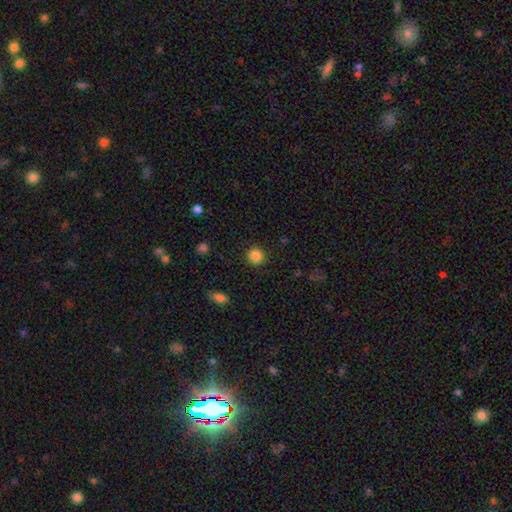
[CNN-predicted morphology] Overall: smooth (86%). How rounded: round (91%). Merging: none (88%).